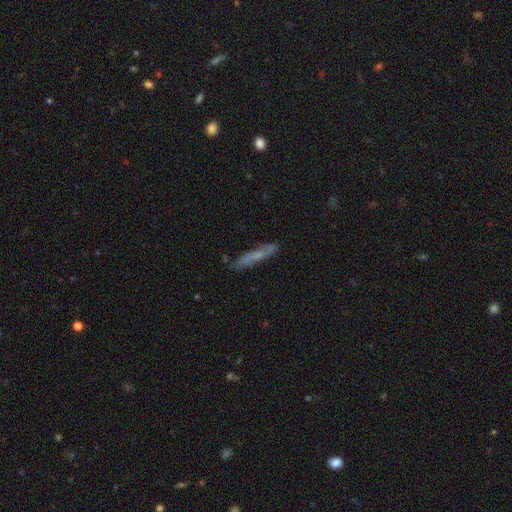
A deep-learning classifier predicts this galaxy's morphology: A smooth galaxy with no disk features (47%). Merging: none (78%).